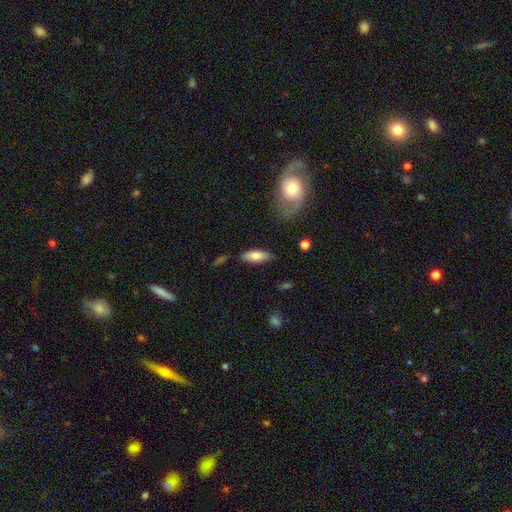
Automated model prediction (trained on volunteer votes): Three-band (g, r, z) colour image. It shows a smooth galaxy with no disk features (76%) that is in between round and cigar-shaped (69%). Merging: none (81%).